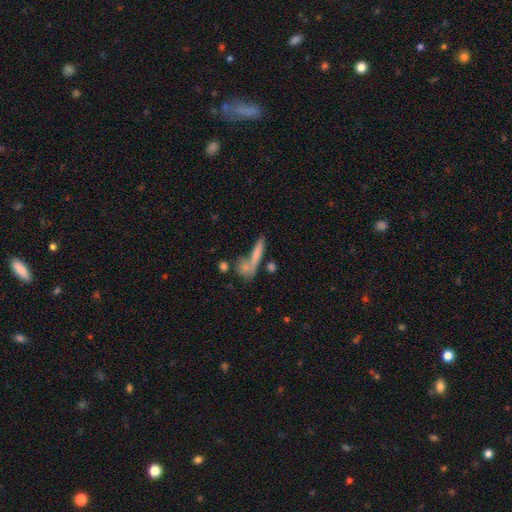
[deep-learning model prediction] The model was most divided on "merging": none: 52%, merger: 27%, minor disturbance: 13%, major disturbance: 8%. More confident: how rounded — cigar-shaped (73%); smooth or featured — smooth (68%).